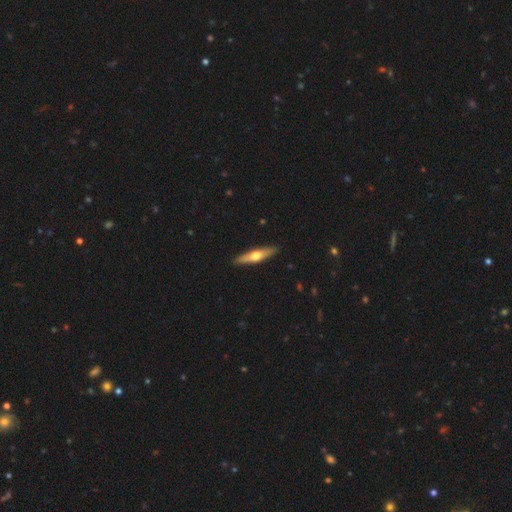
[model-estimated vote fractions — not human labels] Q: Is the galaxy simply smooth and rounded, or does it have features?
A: featured or disk — 51%.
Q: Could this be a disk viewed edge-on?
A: yes — 92%.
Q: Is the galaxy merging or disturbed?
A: none — 91%.